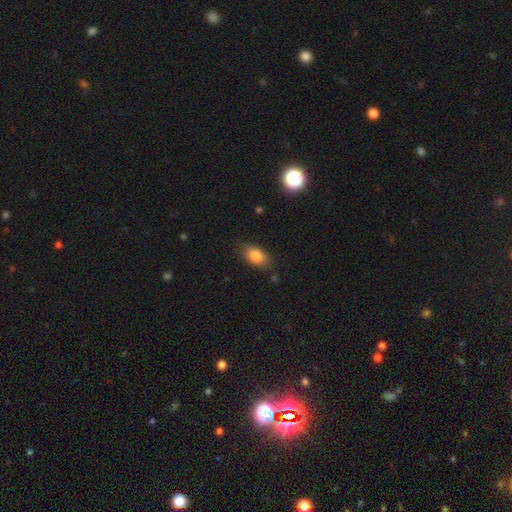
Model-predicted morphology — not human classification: The model was most divided on "merging": none: 75%, minor disturbance: 19%, major disturbance: 4%, merger: 2%. More confident: how rounded — in between (86%); smooth or featured — smooth (83%).